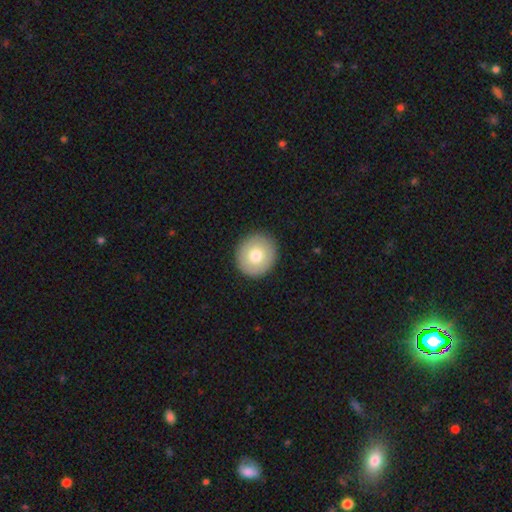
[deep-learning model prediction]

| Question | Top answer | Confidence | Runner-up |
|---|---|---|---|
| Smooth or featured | smooth | 76% | featured or disk (17%) |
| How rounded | round | 91% | in between (8%) |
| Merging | none | 91% | minor disturbance (6%) |